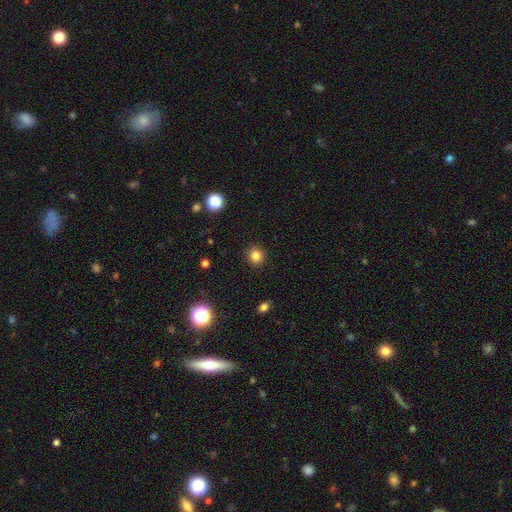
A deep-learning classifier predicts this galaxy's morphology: Smooth or featured? Predicted: smooth (p=0.83). How rounded? Predicted: round (p=0.87). Merging? Predicted: none (p=0.92).